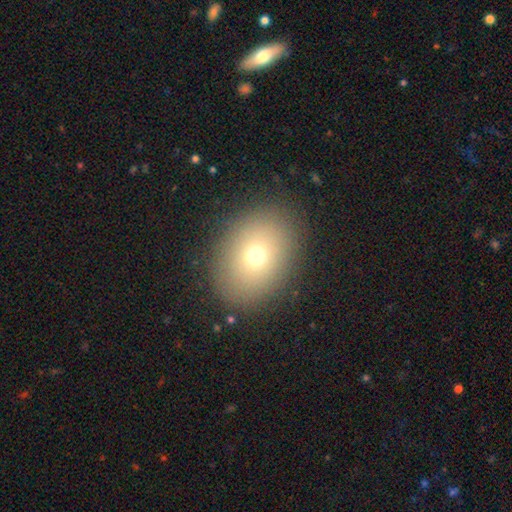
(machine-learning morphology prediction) type=smooth (70%); roundness=in between (62%); merging=none (87%).